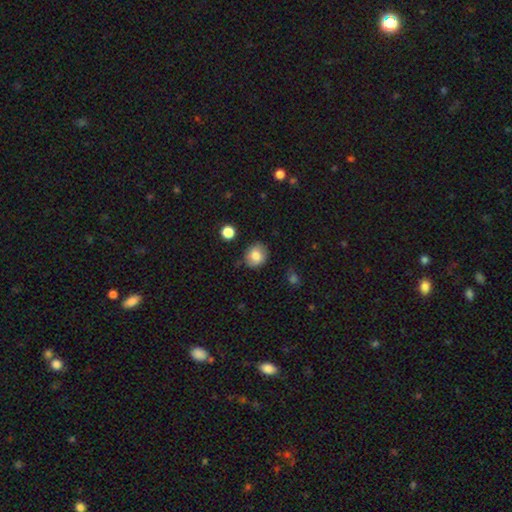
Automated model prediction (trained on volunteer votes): Smooth or featured?
  - smooth: 78% *
  - featured or disk: 13%
  - star or artifact: 9%
How rounded?
  - round: 69% *
  - in between: 30%
  - cigar-shaped: 1%
Merging?
  - none: 80% *
  - minor disturbance: 14%
  - major disturbance: 3%
  - merger: 2%